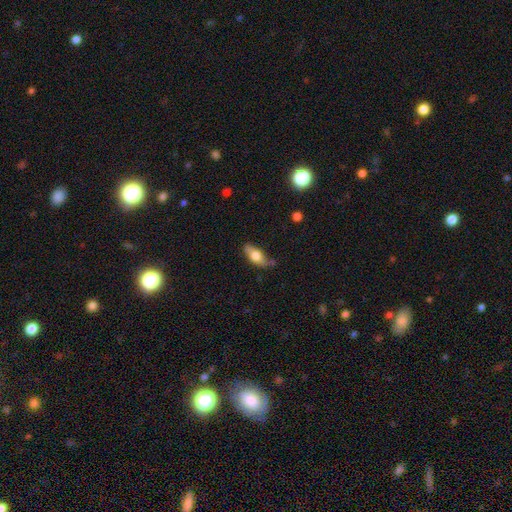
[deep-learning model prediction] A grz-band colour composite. It shows a smooth galaxy with no disk features (69%) that is in between round and cigar-shaped (79%). Merging: none (64%).